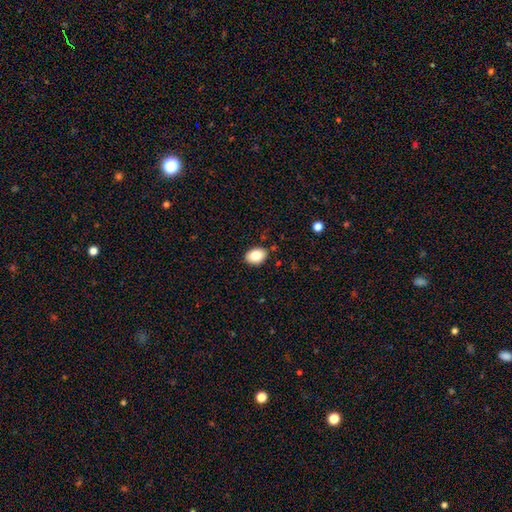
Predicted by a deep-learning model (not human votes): Smooth or featured: smooth — 84% (star or artifact — 8%)
How rounded: in between — 75% (round — 24%)
Merging: none — 87% (minor disturbance — 9%)